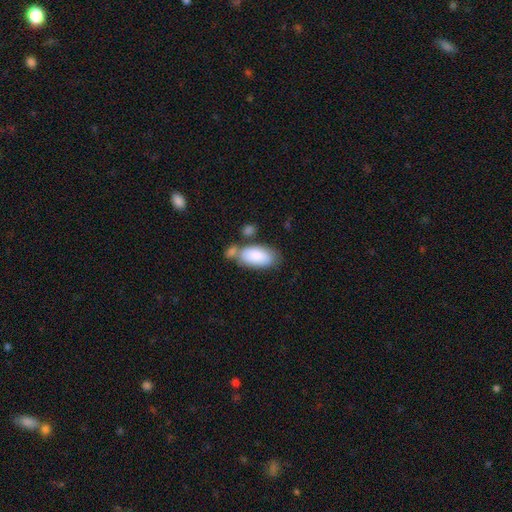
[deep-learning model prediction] This appears to be a smooth galaxy with no disk features (85%) that is in between round and cigar-shaped (94%). Merging: none (47%).